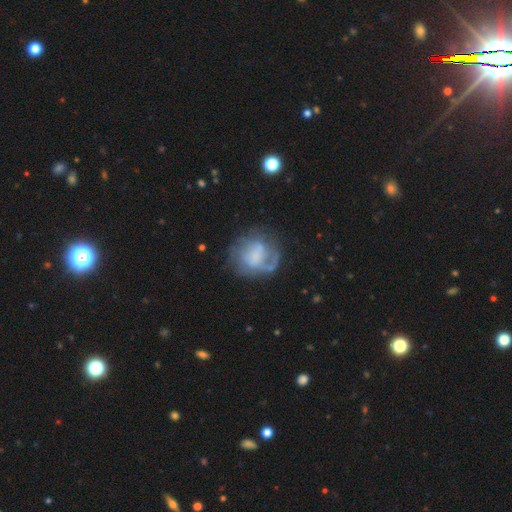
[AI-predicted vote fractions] Smooth or featured? Predicted: featured or disk (p=0.55). Edge-on disk? Predicted: no (p=0.98). Bar? Predicted: no (p=0.64). Spiral arms? Predicted: yes (p=0.61). Bulge size? Predicted: none (p=0.45). Merging? Predicted: none (p=0.51).